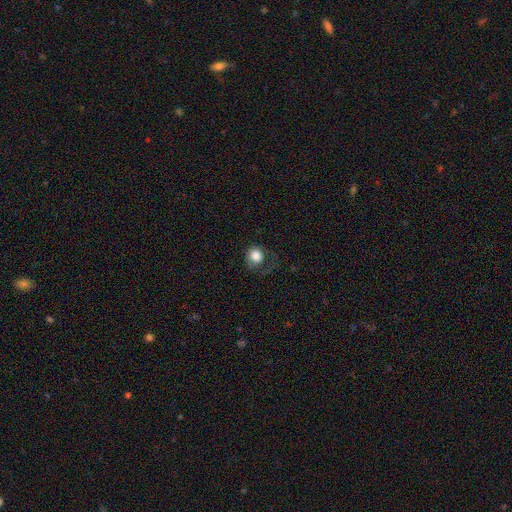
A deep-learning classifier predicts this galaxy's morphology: Smooth or featured? smooth (77%)
How rounded? round (77%)
Merging? none (46%)